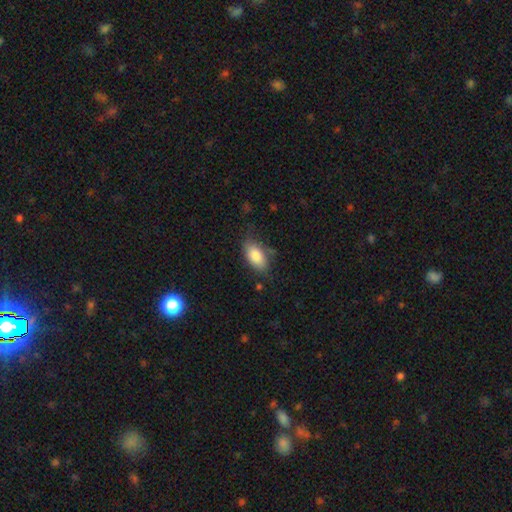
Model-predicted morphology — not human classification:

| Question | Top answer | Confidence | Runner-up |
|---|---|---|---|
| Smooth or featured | smooth | 82% | featured or disk (11%) |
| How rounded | in between | 92% | round (4%) |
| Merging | none | 68% | minor disturbance (23%) |